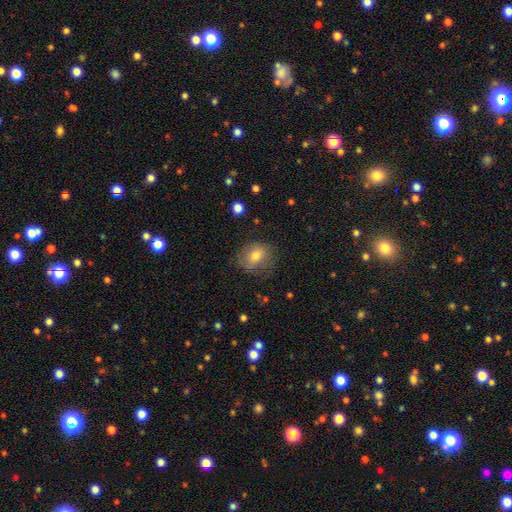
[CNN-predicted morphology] This is likely a smooth galaxy (72%). How rounded: possibly round (57%). Merging: likely none (68%).